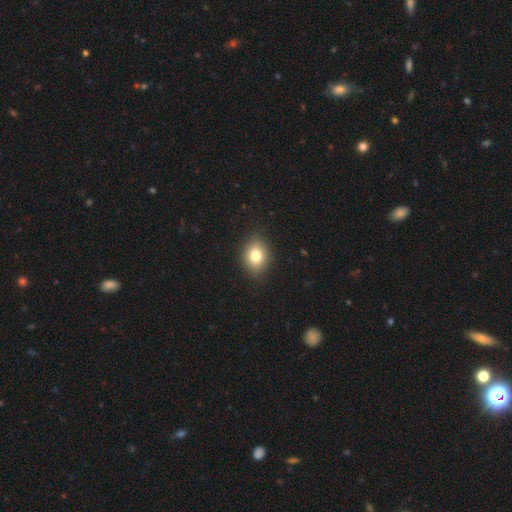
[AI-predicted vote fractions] A smooth galaxy with no disk features (79%) that is in between round and cigar-shaped (56%).

Vote fractions:
- Smooth or featured? smooth: 79% / featured or disk: 10% / star or artifact: 10%
- How rounded? in between: 56% / round: 43% / cigar-shaped: 1%
- Merging? none: 87% / minor disturbance: 10% / major disturbance: 2% / merger: 1%